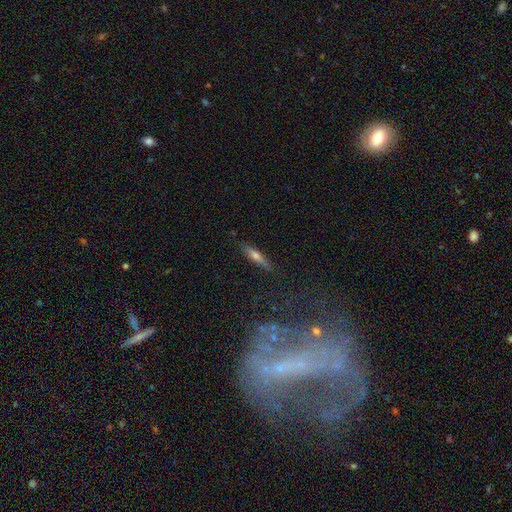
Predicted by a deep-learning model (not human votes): This appears to be a smooth galaxy with no disk features (52%) that is cigar-shaped (78%). Merging: none (84%).